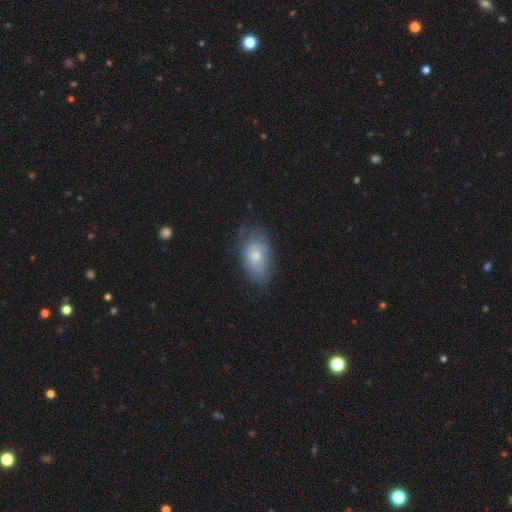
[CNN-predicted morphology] Q: Smooth or featured?
A: smooth (65%); runner-up: featured or disk (28%)
Q: How rounded?
A: in between (91%); runner-up: round (7%)
Q: Merging?
A: none (57%); runner-up: minor disturbance (30%)